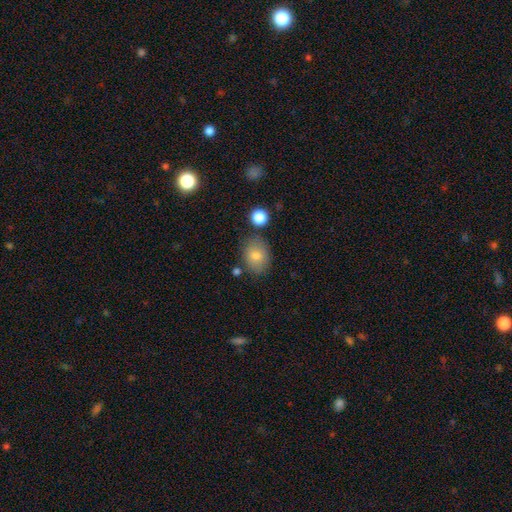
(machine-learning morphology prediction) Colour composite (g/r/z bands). It shows a smooth galaxy with no disk features (78%) that is in between round and cigar-shaped (63%). Merging: none (77%).